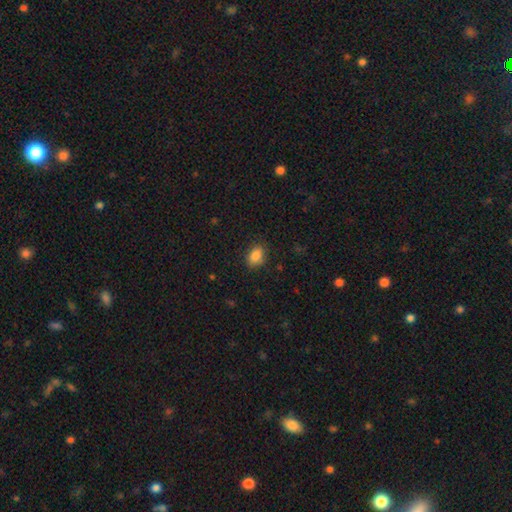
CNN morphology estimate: Q: Smooth or featured?
A: smooth (86%); runner-up: star or artifact (9%)
Q: How rounded?
A: in between (78%); runner-up: round (21%)
Q: Merging?
A: none (83%); runner-up: minor disturbance (13%)